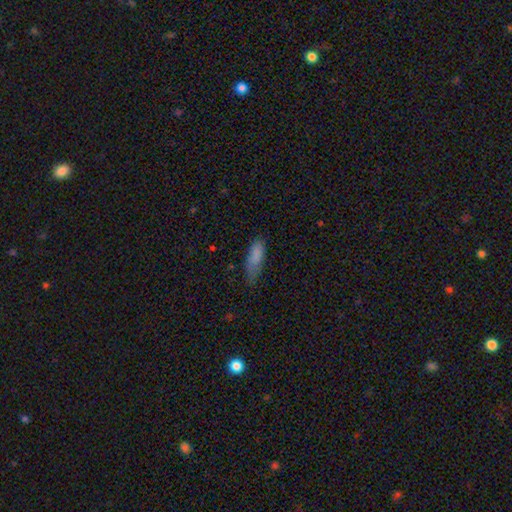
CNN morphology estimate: Smooth or featured: smooth — 83% (featured or disk — 9%)
How rounded: in between — 56% (cigar-shaped — 42%)
Merging: none — 51% (minor disturbance — 36%)